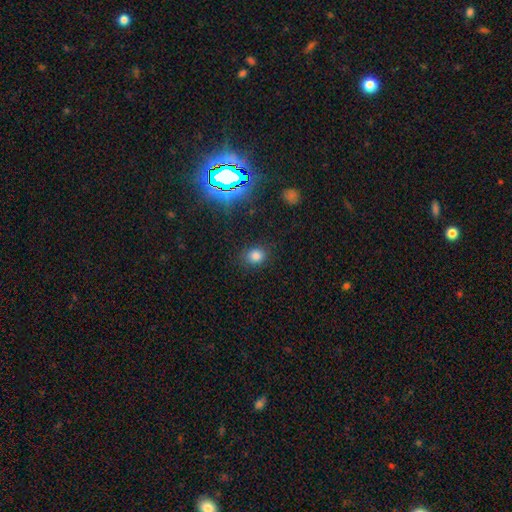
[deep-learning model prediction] Smooth or featured?
  - smooth: 77% *
  - star or artifact: 17%
  - featured or disk: 6%
How rounded?
  - round: 56% *
  - in between: 42%
  - cigar-shaped: 1%
Merging?
  - none: 82% *
  - minor disturbance: 12%
  - major disturbance: 4%
  - merger: 2%